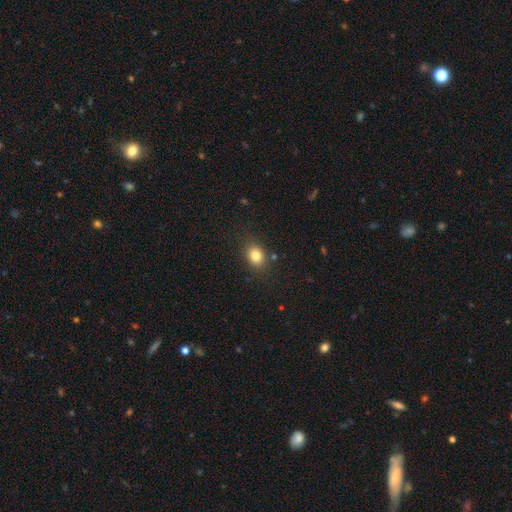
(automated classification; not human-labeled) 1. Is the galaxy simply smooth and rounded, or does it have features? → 82% smooth, 11% star or artifact, 8% featured or disk.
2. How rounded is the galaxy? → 56% in between, 43% round, 1% cigar-shaped.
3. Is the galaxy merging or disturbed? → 81% none, 12% minor disturbance, 4% major disturbance, 3% merger.